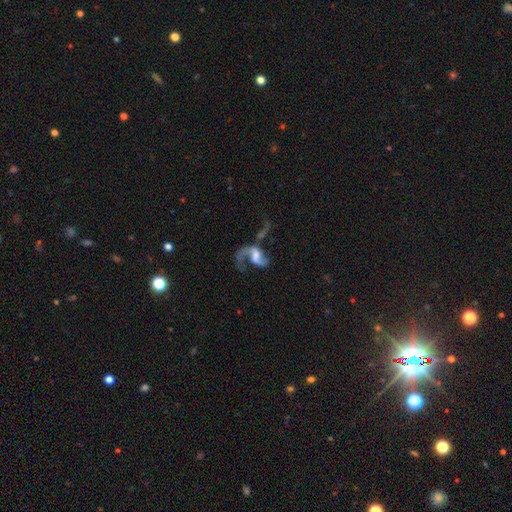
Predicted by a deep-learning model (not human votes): Morphology: type=featured or disk (80%); edge-on=no (97%); bar=weak (46%); spiral arms=yes (90%); winding=loose (74%); arm count=2 (72%); bulge=moderate (40%); merging=major disturbance (36%).